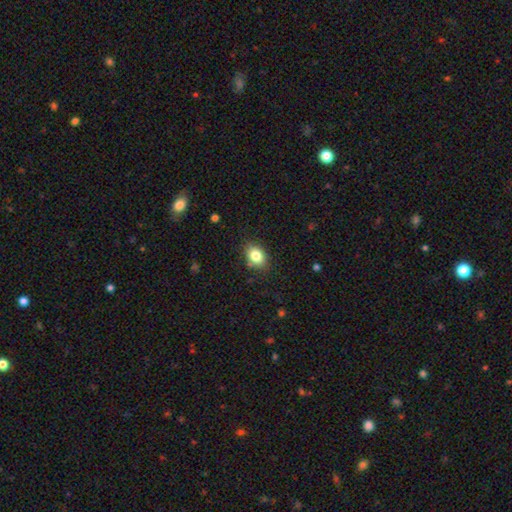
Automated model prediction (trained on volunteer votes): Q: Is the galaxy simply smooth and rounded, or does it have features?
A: smooth — 82%.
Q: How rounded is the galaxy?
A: in between — 66%.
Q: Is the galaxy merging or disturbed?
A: none — 82%.